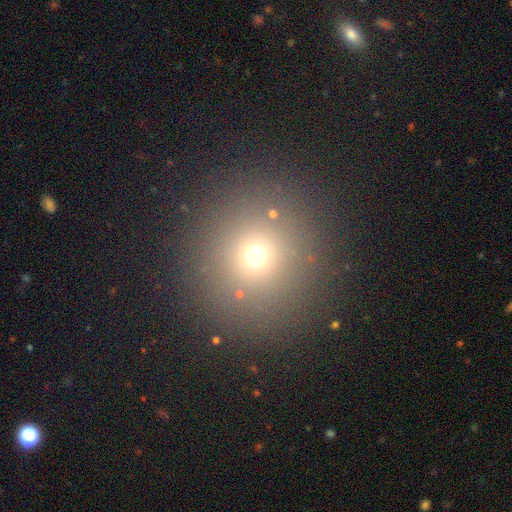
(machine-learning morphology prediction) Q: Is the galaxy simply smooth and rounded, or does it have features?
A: smooth — 68%.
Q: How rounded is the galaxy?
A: round — 92%.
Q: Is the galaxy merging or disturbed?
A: none — 88%.